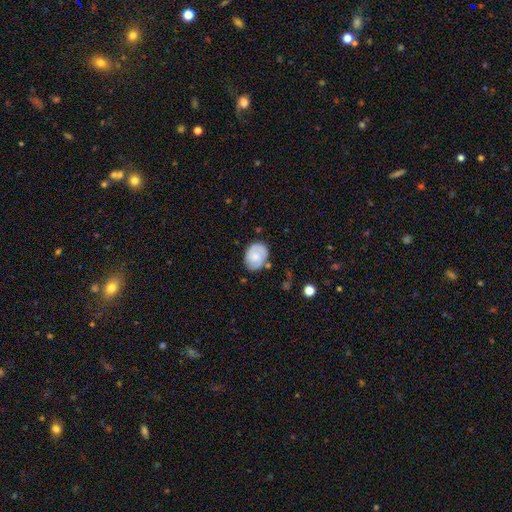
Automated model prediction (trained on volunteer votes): A smooth galaxy with no disk features (60%) that is in between round and cigar-shaped (64%).

Vote fractions:
- Smooth or featured? smooth: 60% / featured or disk: 33% / star or artifact: 7%
- How rounded? in between: 64% / round: 35% / cigar-shaped: 1%
- Merging? none: 71% / minor disturbance: 21% / major disturbance: 5% / merger: 4%